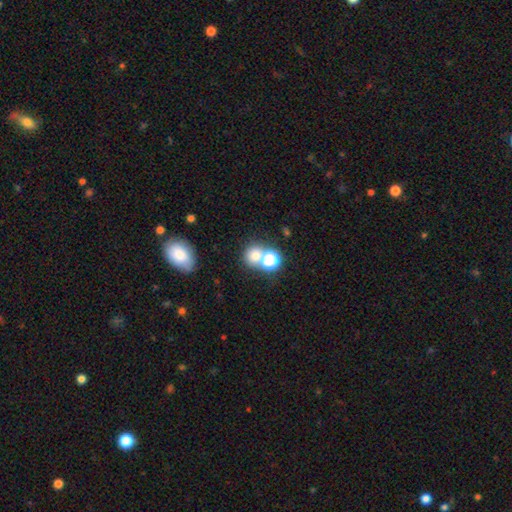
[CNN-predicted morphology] This is likely a smooth galaxy (70%). How rounded: likely round (79%). Merging: possibly none (53%).